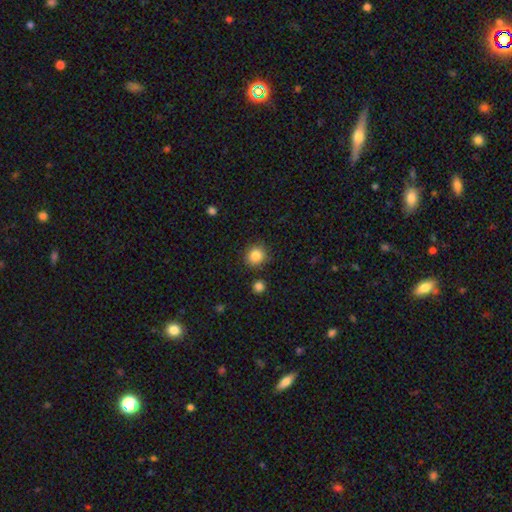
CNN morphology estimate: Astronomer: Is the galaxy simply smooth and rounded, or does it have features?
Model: smooth — 85%.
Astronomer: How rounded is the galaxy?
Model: round — 89%.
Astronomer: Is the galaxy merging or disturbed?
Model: none — 86%.